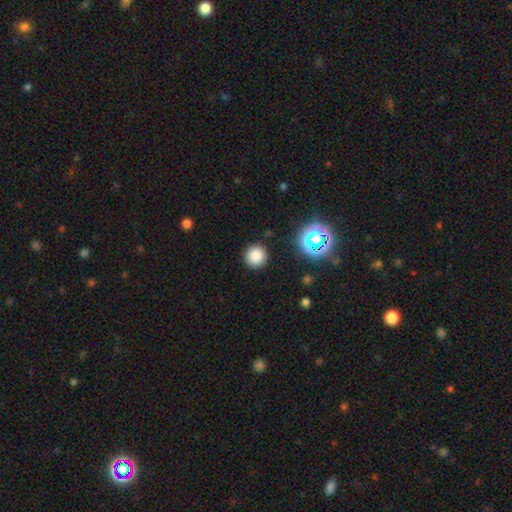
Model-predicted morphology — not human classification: Smooth or featured: smooth — 82% (star or artifact — 14%)
How rounded: round — 94% (in between — 5%)
Merging: none — 90% (minor disturbance — 6%)